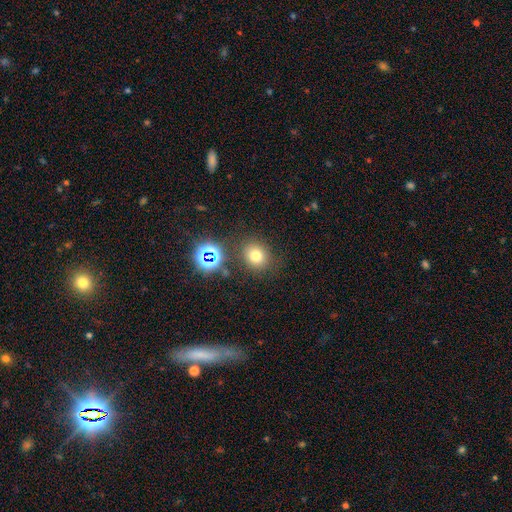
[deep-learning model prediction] Smooth or featured: smooth — 71% (star or artifact — 20%)
How rounded: round — 72% (in between — 27%)
Merging: none — 80% (minor disturbance — 11%)